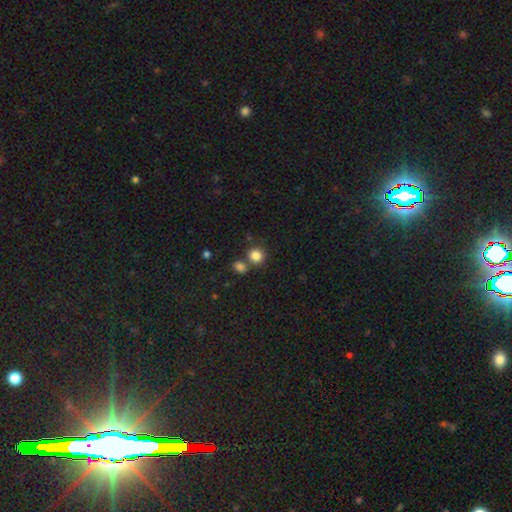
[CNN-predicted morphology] Q: Smooth or featured?
A: smooth (84%); runner-up: star or artifact (11%)
Q: How rounded?
A: round (83%); runner-up: in between (16%)
Q: Merging?
A: none (65%); runner-up: merger (23%)